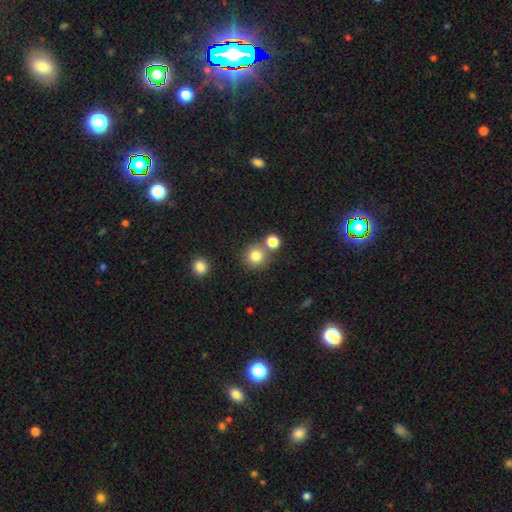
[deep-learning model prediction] A smooth galaxy with no disk features (81%) that is round (92%). Merging: none (70%).